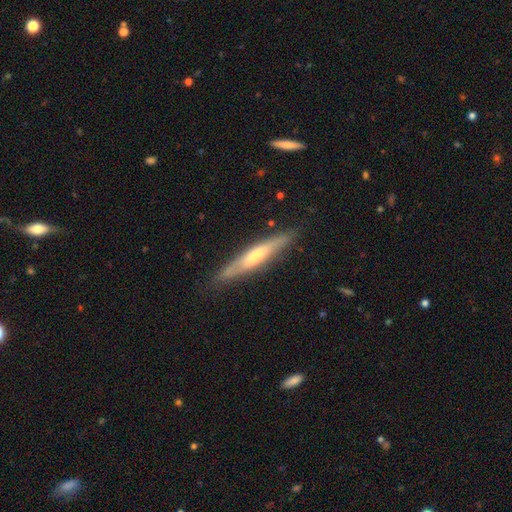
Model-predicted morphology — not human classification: Smooth or featured? Predicted: featured or disk (p=0.50). Merging? Predicted: none (p=0.82).